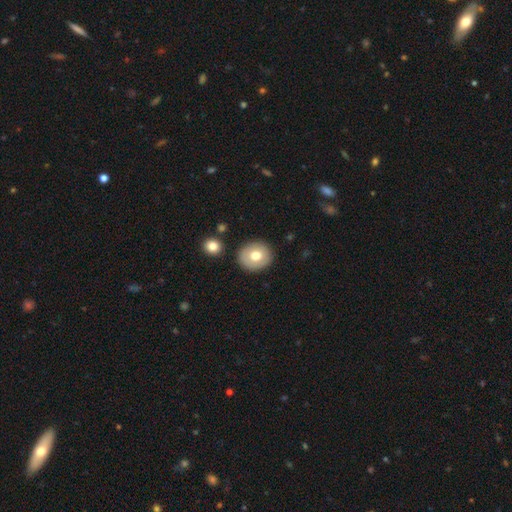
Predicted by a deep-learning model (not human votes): A smooth galaxy with no disk features (70%) that is round (81%). Merging: none (87%).